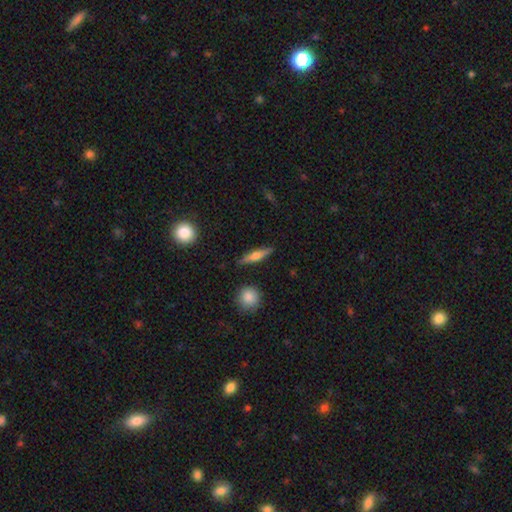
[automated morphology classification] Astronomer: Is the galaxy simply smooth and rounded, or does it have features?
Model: featured or disk — 48% (runner-up: smooth, 45%).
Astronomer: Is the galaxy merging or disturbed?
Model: none — 88%.